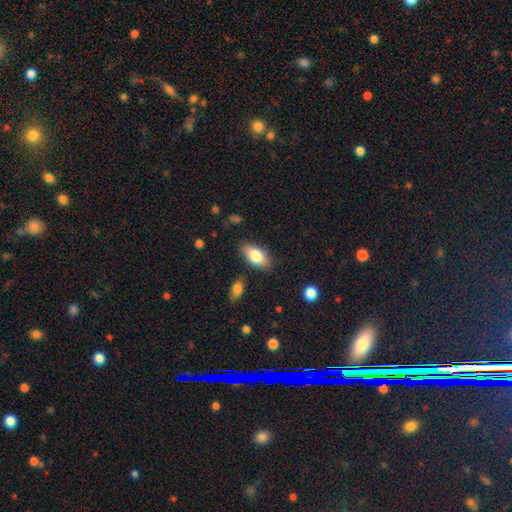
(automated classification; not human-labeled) This is likely a smooth galaxy (79%). How rounded: clearly in between (90%). Merging: clearly none (82%).